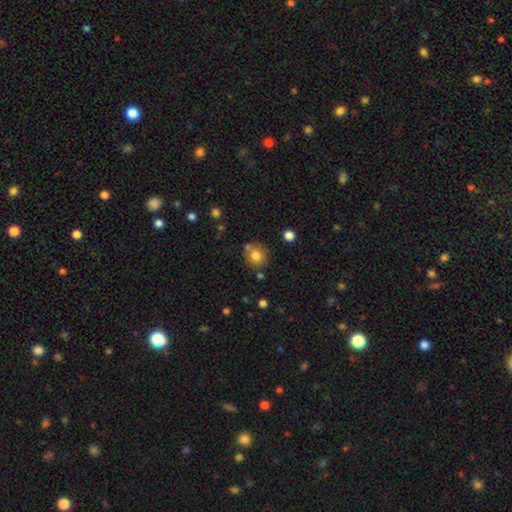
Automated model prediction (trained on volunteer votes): Smooth or featured: smooth — 78% (star or artifact — 11%)
How rounded: round — 86% (in between — 13%)
Merging: none — 71% (minor disturbance — 13%)